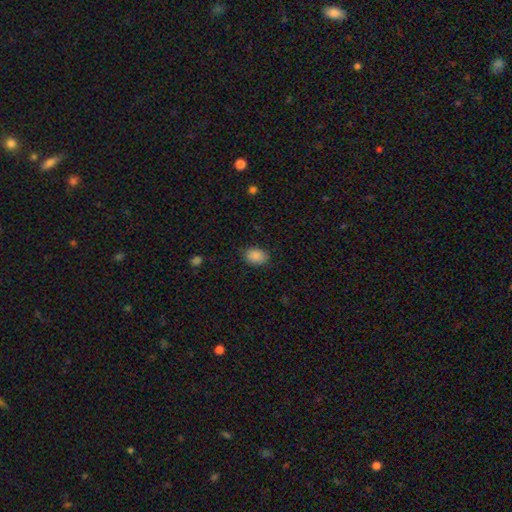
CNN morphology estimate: Smooth or featured?
  - smooth: 89% *
  - star or artifact: 8%
  - featured or disk: 4%
How rounded?
  - in between: 76% *
  - round: 23%
  - cigar-shaped: 1%
Merging?
  - none: 84% *
  - minor disturbance: 12%
  - major disturbance: 3%
  - merger: 1%